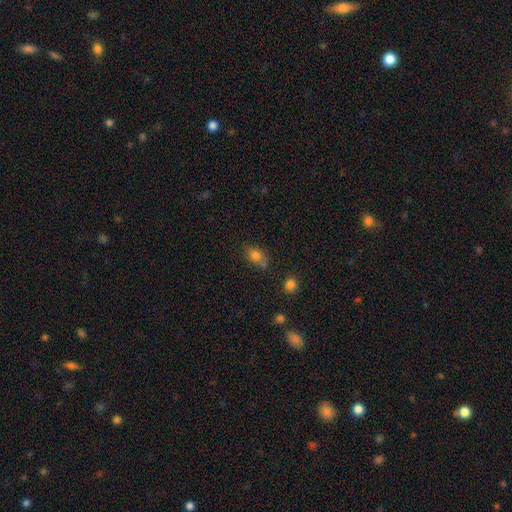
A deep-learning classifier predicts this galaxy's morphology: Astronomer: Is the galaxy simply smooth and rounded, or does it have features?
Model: smooth — 78%.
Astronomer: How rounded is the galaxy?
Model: in between — 69%.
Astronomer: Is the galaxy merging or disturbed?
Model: none — 59%.